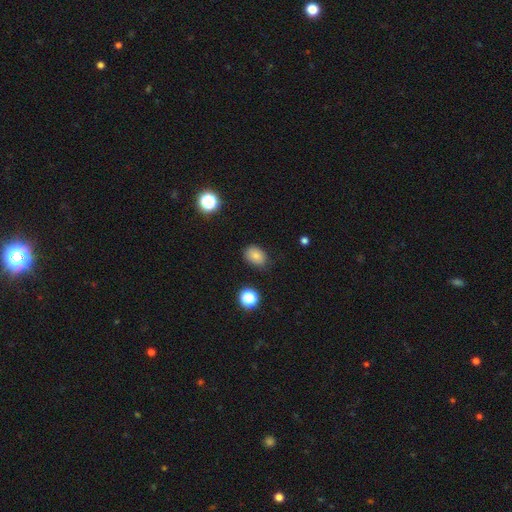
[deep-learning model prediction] Smooth or featured?
  - smooth: 78% *
  - star or artifact: 13%
  - featured or disk: 9%
How rounded?
  - in between: 72% *
  - round: 27%
  - cigar-shaped: 1%
Merging?
  - none: 78% *
  - minor disturbance: 17%
  - major disturbance: 4%
  - merger: 2%